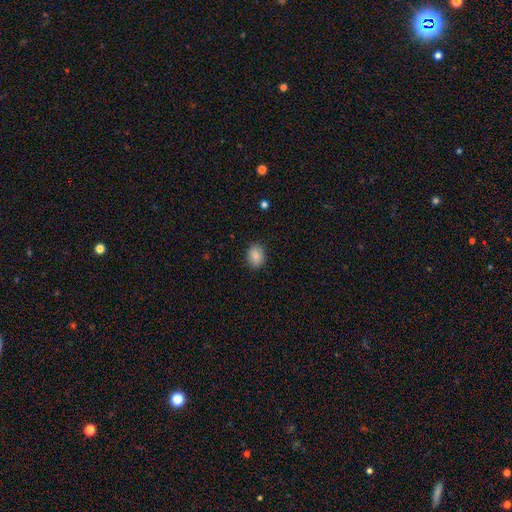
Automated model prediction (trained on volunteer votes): Smooth or featured? smooth (87%)
How rounded? in between (63%)
Merging? none (87%)